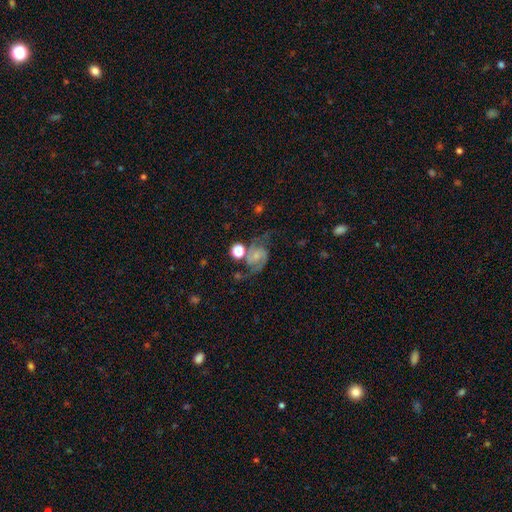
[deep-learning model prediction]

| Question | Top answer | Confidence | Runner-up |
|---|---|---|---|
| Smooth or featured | featured or disk | 81% | smooth (11%) |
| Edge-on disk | no | 98% | yes (2%) |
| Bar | no | 59% | weak (33%) |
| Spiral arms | yes | 97% | no (3%) |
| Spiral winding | medium | 51% | loose (34%) |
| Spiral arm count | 2 | 91% | can't tell (3%) |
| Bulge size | small | 53% | moderate (29%) |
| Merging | none | 56% | minor disturbance (19%) |